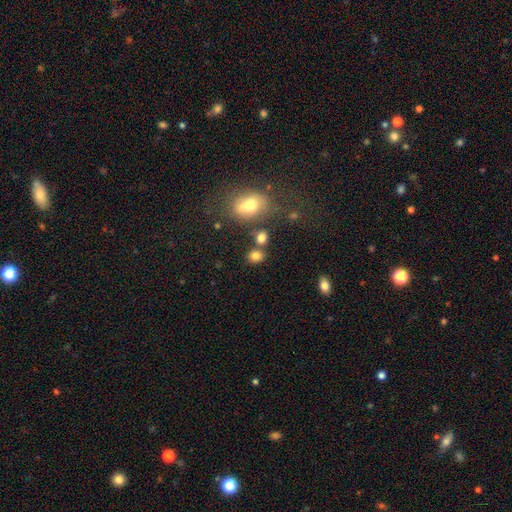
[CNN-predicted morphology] smooth_or_featured: smooth (p=0.80) [alt: star or artifact p=0.13]
how_rounded: round (p=0.51) [alt: in between p=0.47]
merging: none (p=0.67) [alt: merger p=0.17]